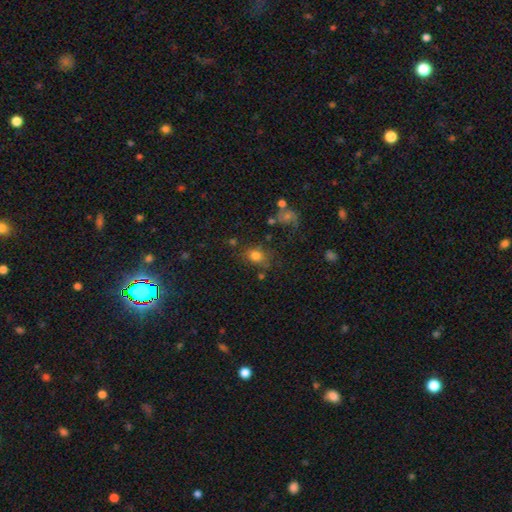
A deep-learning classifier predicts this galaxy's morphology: Smooth or featured: smooth — 73% (star or artifact — 14%)
How rounded: in between — 55% (round — 43%)
Merging: none — 63% (minor disturbance — 18%)